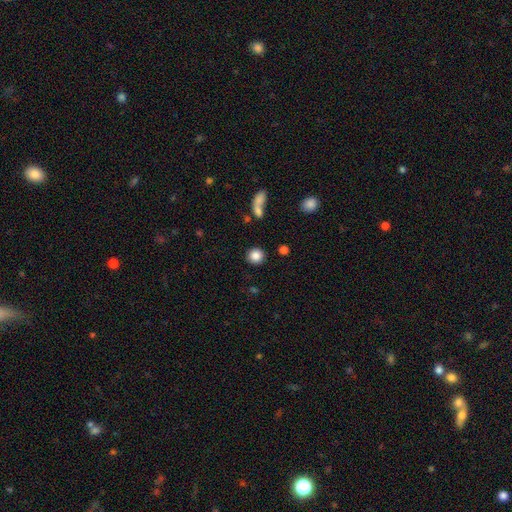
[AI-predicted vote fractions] smooth-or-featured: smooth: 85% | star or artifact: 9% | featured or disk: 5%
  how-rounded: round: 89% | in between: 10% | cigar-shaped: 1%
  merging: none: 87% | minor disturbance: 7% | merger: 4% | major disturbance: 3%